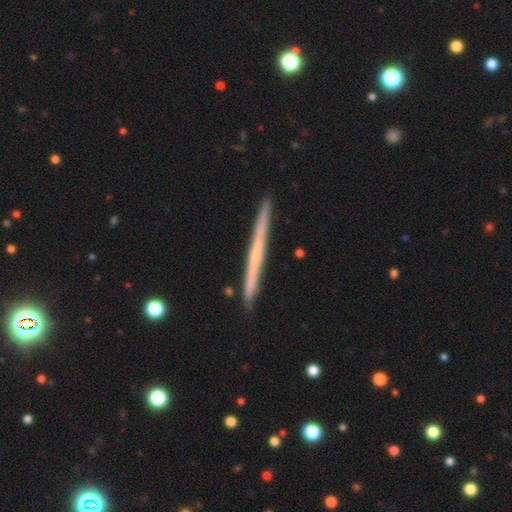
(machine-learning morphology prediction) A featured or disk galaxy (56%) viewed edge-on (98%) with no central bulge (86%). Merging: none (91%).